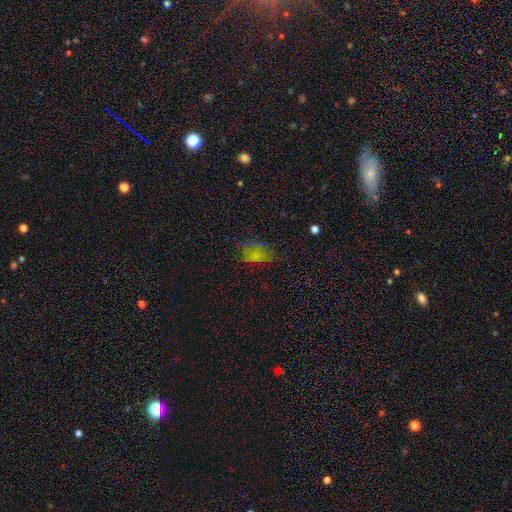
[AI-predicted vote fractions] This is possibly a smooth galaxy (52%). How rounded: clearly in between (81%). Merging: possibly none (48%).